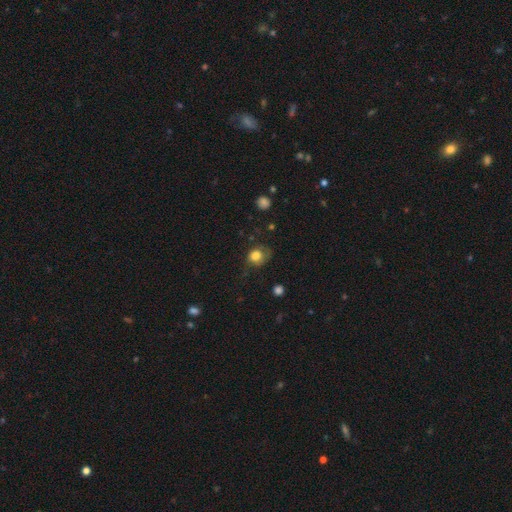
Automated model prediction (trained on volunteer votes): smooth-or-featured: smooth: 80% | featured or disk: 10% | star or artifact: 10%
  how-rounded: round: 66% | in between: 34% | cigar-shaped: 1%
  merging: none: 52% | minor disturbance: 30% | major disturbance: 17% | merger: 2%